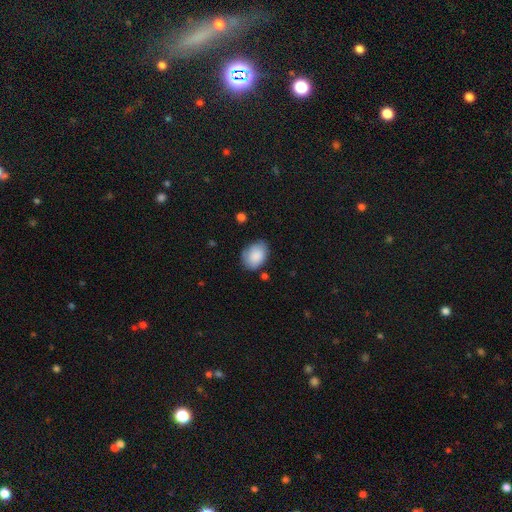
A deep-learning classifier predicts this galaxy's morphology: A smooth galaxy with no disk features (87%) that is in between round and cigar-shaped (77%). Merging: none (71%).